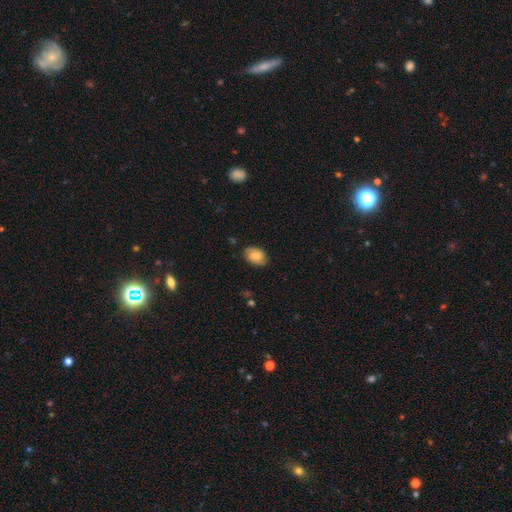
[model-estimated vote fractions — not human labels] Smooth or featured? smooth (69%)
How rounded? in between (79%)
Merging? none (79%)